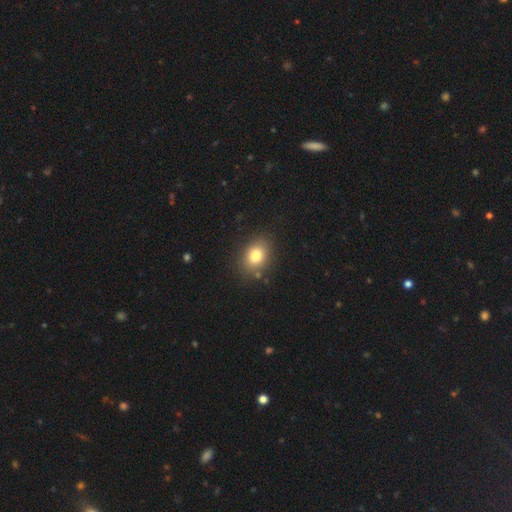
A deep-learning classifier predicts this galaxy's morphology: smooth_or_featured: smooth (p=0.80) [alt: star or artifact p=0.10]
how_rounded: in between (p=0.64) [alt: round p=0.35]
merging: none (p=0.83) [alt: minor disturbance p=0.11]